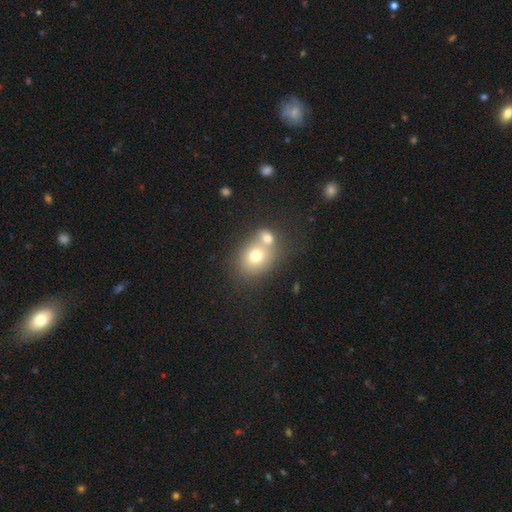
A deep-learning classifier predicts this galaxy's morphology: smooth-or-featured: smooth: 70% | featured or disk: 17% | star or artifact: 13%
  how-rounded: round: 55% | in between: 45% | cigar-shaped: 1%
  merging: merger: 49% | none: 39% | minor disturbance: 9% | major disturbance: 4%